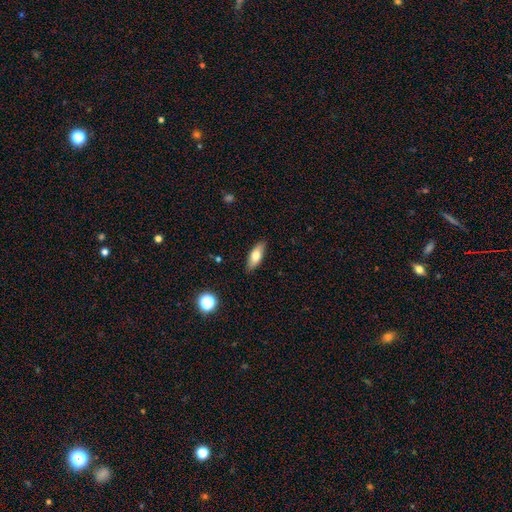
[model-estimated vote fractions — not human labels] Overall: smooth (73%). How rounded: in between (74%). Merging: none (87%).